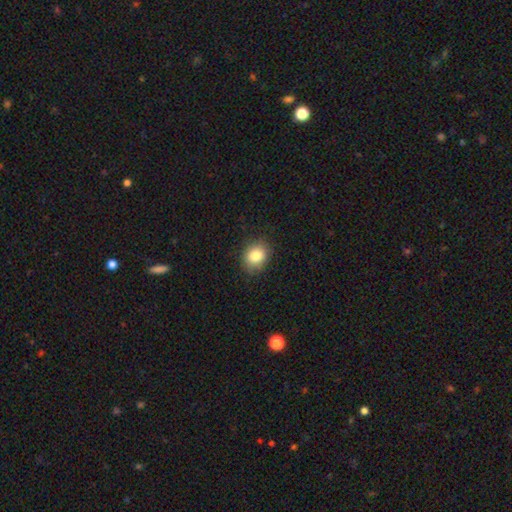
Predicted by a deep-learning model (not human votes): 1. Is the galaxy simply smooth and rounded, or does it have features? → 84% smooth, 10% star or artifact, 6% featured or disk.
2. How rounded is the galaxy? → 54% round, 45% in between, 1% cigar-shaped.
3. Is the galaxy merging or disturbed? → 84% none, 12% minor disturbance, 3% major disturbance, 1% merger.